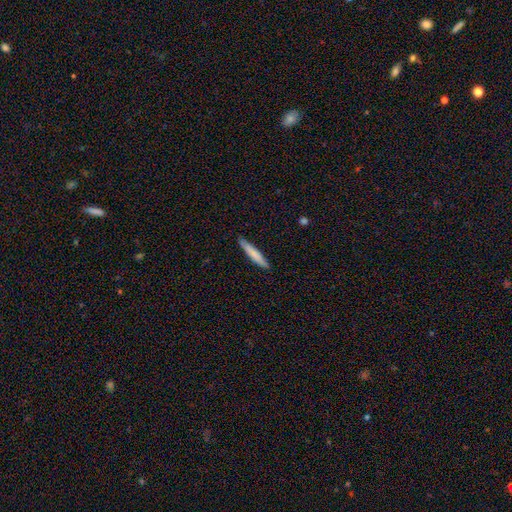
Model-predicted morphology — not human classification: type=smooth (76%); roundness=cigar-shaped (93%); merging=none (89%).